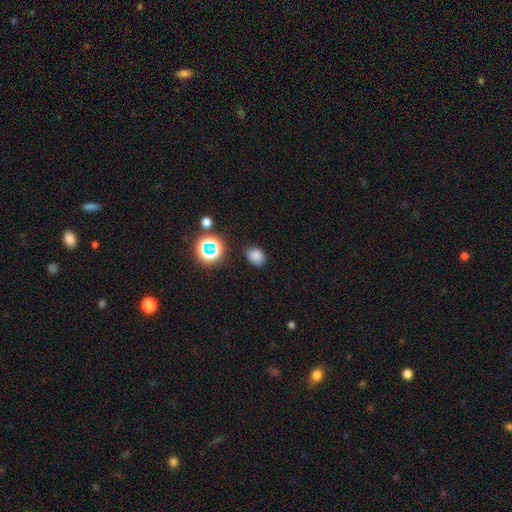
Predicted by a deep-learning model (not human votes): smooth-or-featured: smooth: 78% | star or artifact: 17% | featured or disk: 5%
  how-rounded: in between: 65% | round: 34% | cigar-shaped: 1%
  merging: none: 85% | minor disturbance: 10% | major disturbance: 3% | merger: 2%